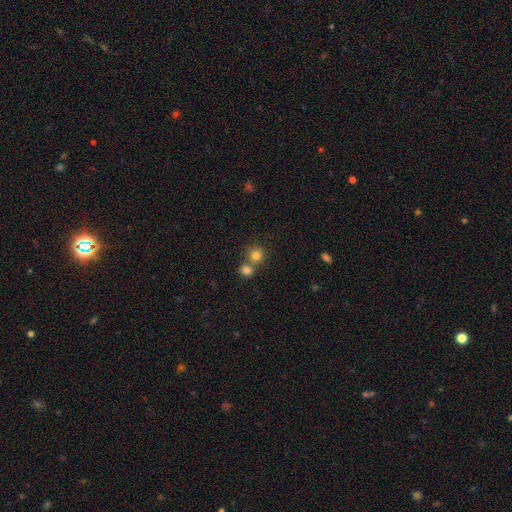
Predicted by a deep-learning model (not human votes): The model was most divided on "merging": none: 55%, merger: 36%, minor disturbance: 7%, major disturbance: 3%. More confident: how rounded — round (89%); smooth or featured — smooth (80%).